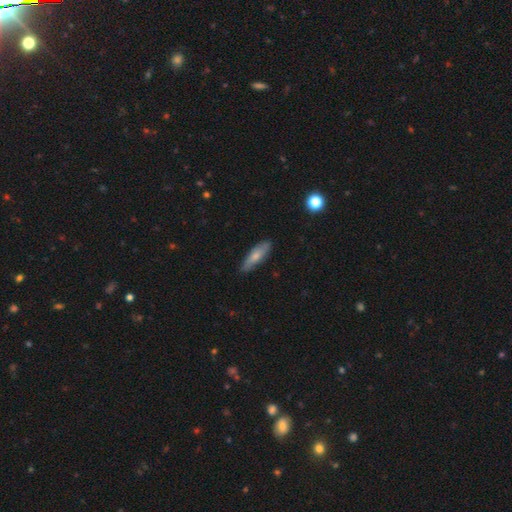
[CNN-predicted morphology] type=smooth (68%); roundness=cigar-shaped (54%); merging=none (82%).